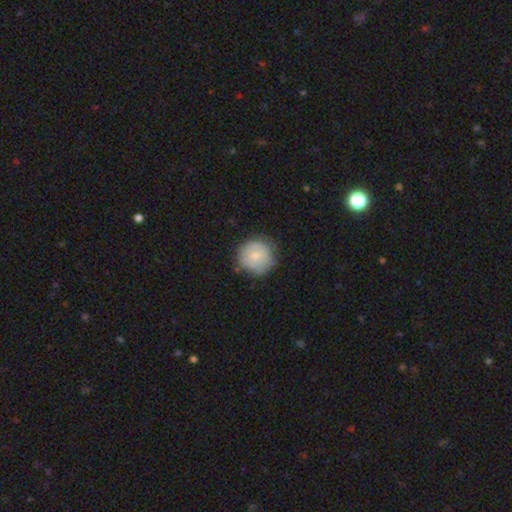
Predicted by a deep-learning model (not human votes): smooth 71%, featured or disk 22%, star or artifact 6%. Down the decision tree: how rounded — round (93%); merging — none (72%).